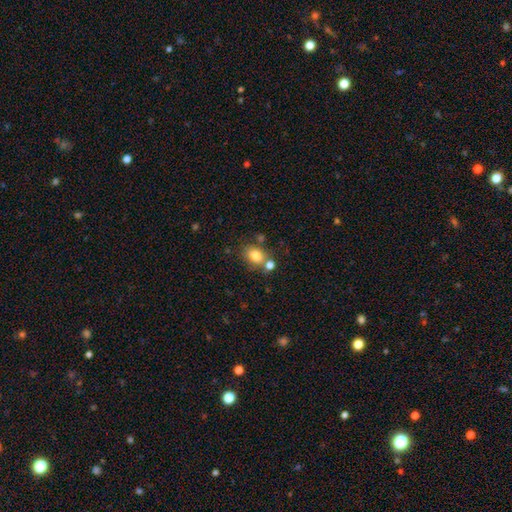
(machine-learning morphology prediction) The model was most divided on "how rounded": in between: 61%, round: 38%, cigar-shaped: 1%. More confident: smooth or featured — smooth (79%); merging — none (64%).